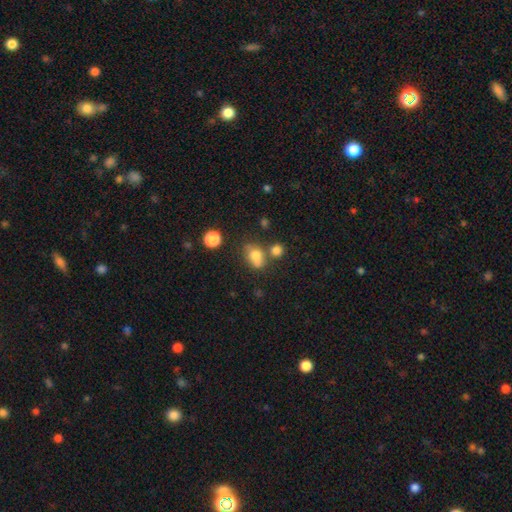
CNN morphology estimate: Q: Smooth or featured?
A: smooth (73%); runner-up: featured or disk (14%)
Q: How rounded?
A: in between (59%); runner-up: round (40%)
Q: Merging?
A: none (46%); runner-up: merger (28%)